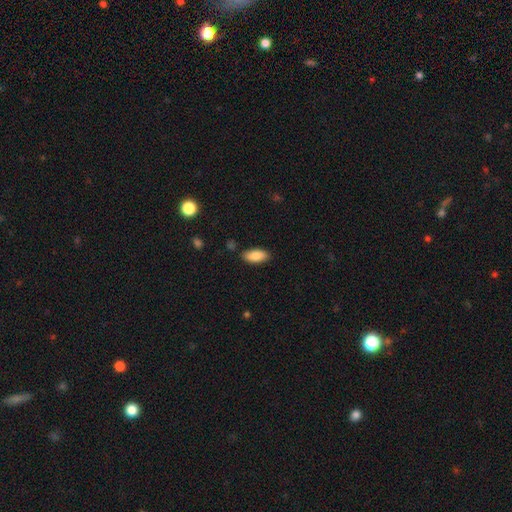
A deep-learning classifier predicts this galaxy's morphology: A smooth galaxy with no disk features (86%) that is in between round and cigar-shaped (88%).

Vote fractions:
- Smooth or featured? smooth: 86% / featured or disk: 8% / star or artifact: 7%
- How rounded? in between: 88% / cigar-shaped: 9% / round: 2%
- Merging? none: 84% / minor disturbance: 12% / major disturbance: 2% / merger: 2%